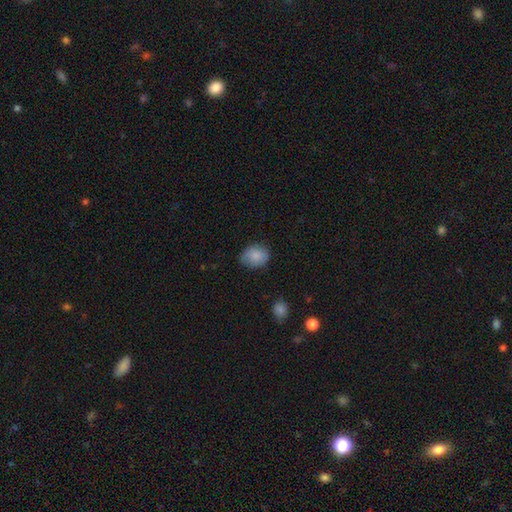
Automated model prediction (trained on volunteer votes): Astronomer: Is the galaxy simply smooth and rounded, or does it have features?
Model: smooth — 86%.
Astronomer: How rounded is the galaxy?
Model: round — 50% (runner-up: in between, 49%).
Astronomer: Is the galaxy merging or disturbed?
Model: none — 75%.